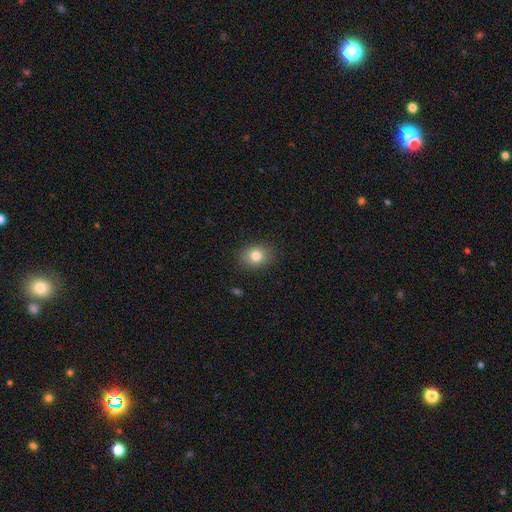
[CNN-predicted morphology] Overall: smooth (80%). How rounded: round (58%; in between 41%). Merging: none (87%).